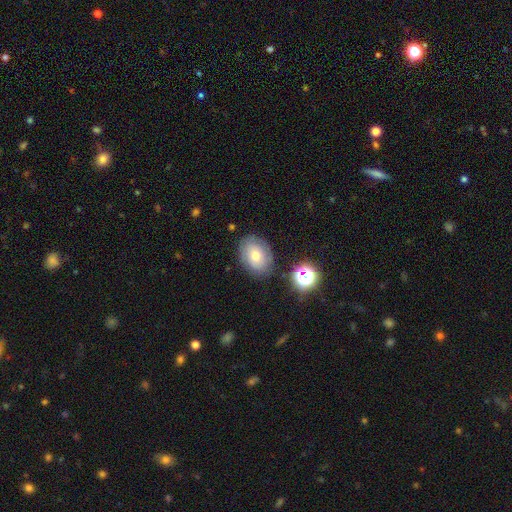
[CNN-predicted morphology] smooth-or-featured: smooth: 65% | featured or disk: 23% | star or artifact: 12%
  how-rounded: in between: 65% | round: 34% | cigar-shaped: 1%
  merging: none: 79% | minor disturbance: 14% | major disturbance: 4% | merger: 3%